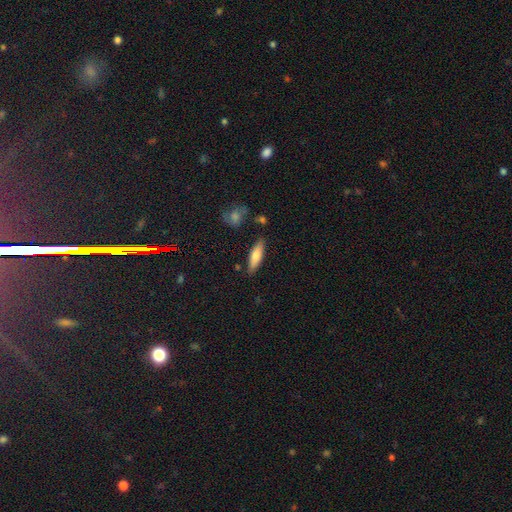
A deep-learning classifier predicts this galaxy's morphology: This is likely a smooth galaxy (71%). How rounded: possibly cigar-shaped (58%). Merging: clearly none (84%).